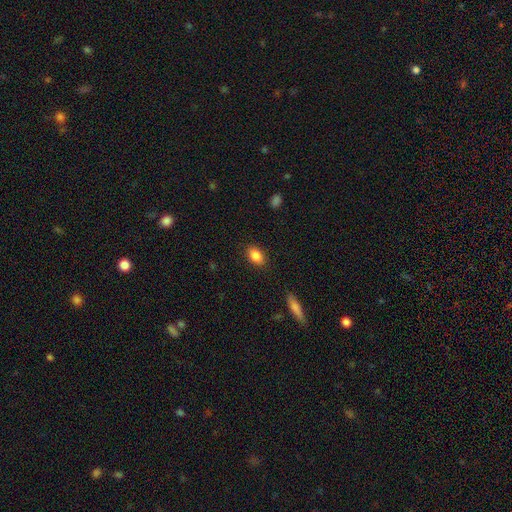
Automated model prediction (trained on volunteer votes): This appears to be a smooth galaxy with no disk features (87%) that is in between round and cigar-shaped (84%). Merging: none (87%).